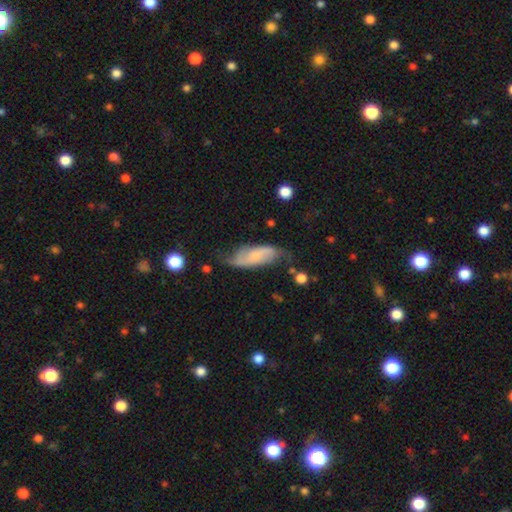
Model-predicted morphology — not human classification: Overall: featured or disk (58%; smooth 36%). Edge-on disk: no (85%). Merging: none (56%; minor disturbance 30%).